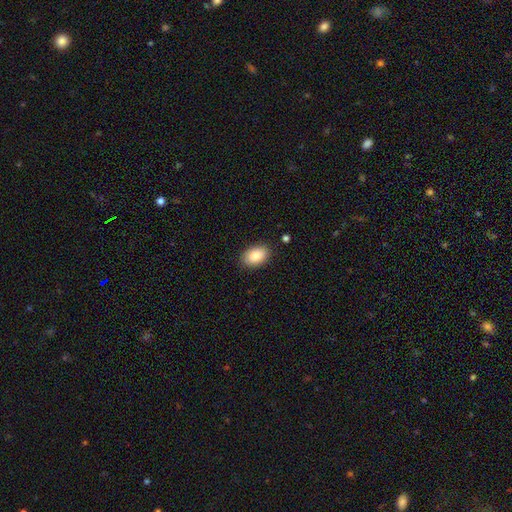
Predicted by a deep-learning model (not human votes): Morphology: type=smooth (87%); roundness=in between (87%); merging=none (88%).